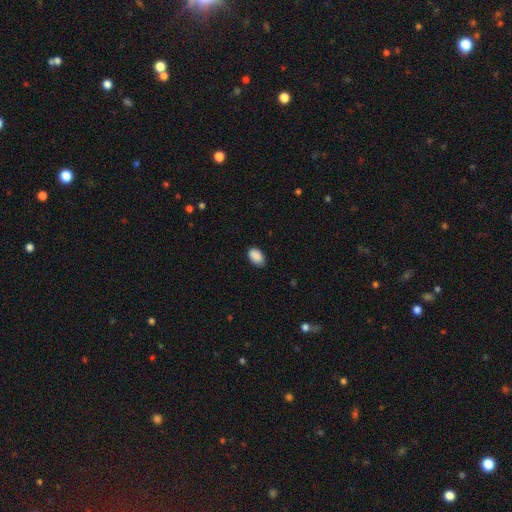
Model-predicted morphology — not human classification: smooth 90%, star or artifact 7%, featured or disk 3%. Down the decision tree: how rounded — in between (89%); merging — none (80%).